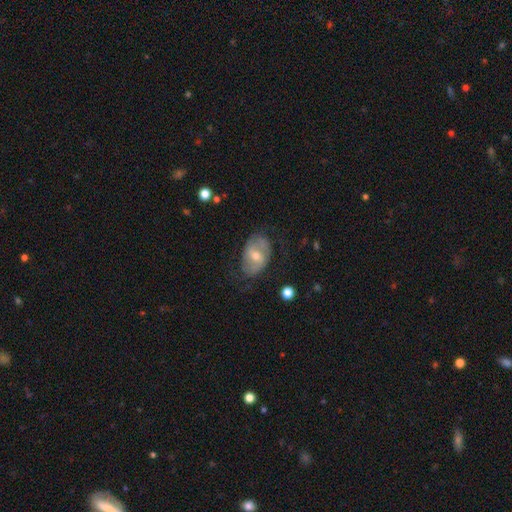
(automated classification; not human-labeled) Morphology: type=featured or disk (57%); edge-on=no (94%); bar=weak (46%); spiral arms=yes (66%); bulge=moderate (59%); merging=none (63%).